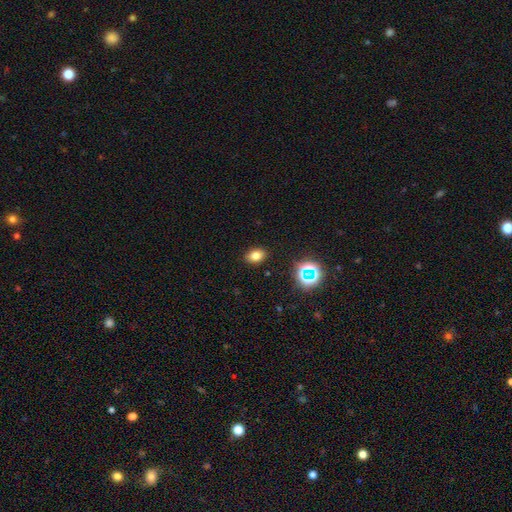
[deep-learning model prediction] smooth 76%, star or artifact 16%, featured or disk 8%. Down the decision tree: how rounded — in between (78%); merging — none (88%).